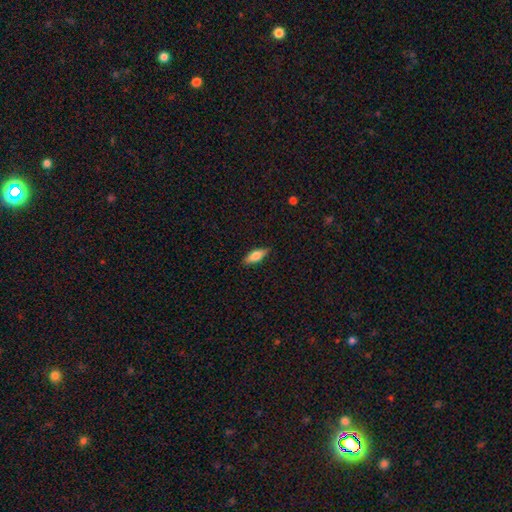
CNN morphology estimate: The model was most divided on "how rounded": in between: 64%, cigar-shaped: 33%, round: 3%. More confident: merging — none (86%); smooth or featured — smooth (68%).